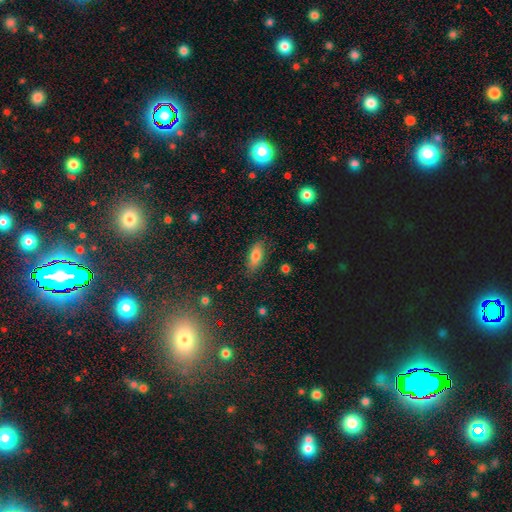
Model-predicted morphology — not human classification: A smooth galaxy with no disk features (77%) that is in between round and cigar-shaped (80%). Merging: none (80%).